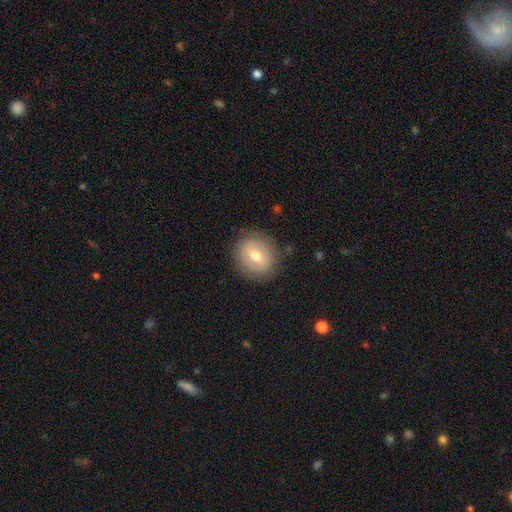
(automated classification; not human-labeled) This is possibly a smooth galaxy (55%). How rounded: likely round (79%). Merging: clearly none (83%).